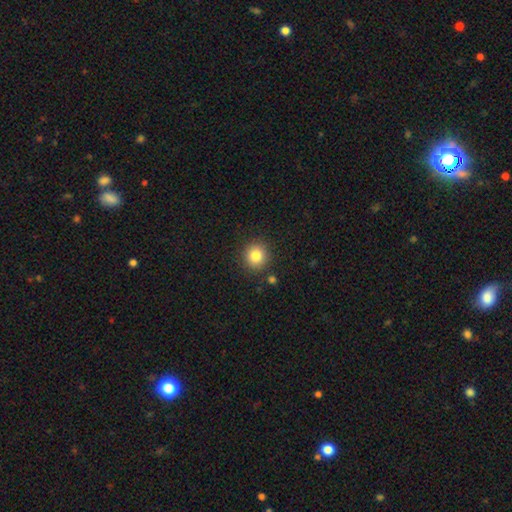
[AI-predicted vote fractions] This is clearly a smooth galaxy (82%). How rounded: clearly round (92%). Merging: clearly none (88%).